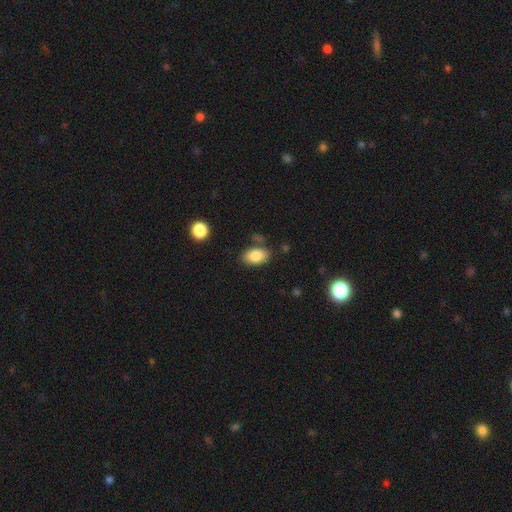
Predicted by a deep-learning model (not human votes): smooth_or_featured: smooth (p=0.85) [alt: star or artifact p=0.08]
how_rounded: in between (p=0.91) [alt: round p=0.07]
merging: none (p=0.76) [alt: minor disturbance p=0.14]